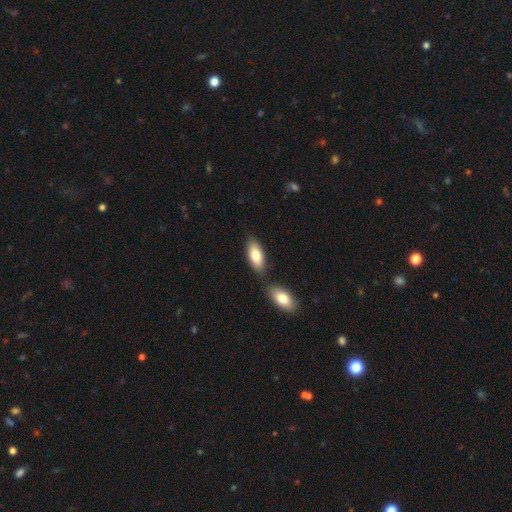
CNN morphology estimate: A smooth galaxy with no disk features (79%) that is in between round and cigar-shaped (86%).

Vote fractions:
- Smooth or featured? smooth: 79% / featured or disk: 15% / star or artifact: 6%
- How rounded? in between: 86% / cigar-shaped: 12% / round: 2%
- Merging? none: 66% / merger: 20% / minor disturbance: 11% / major disturbance: 3%